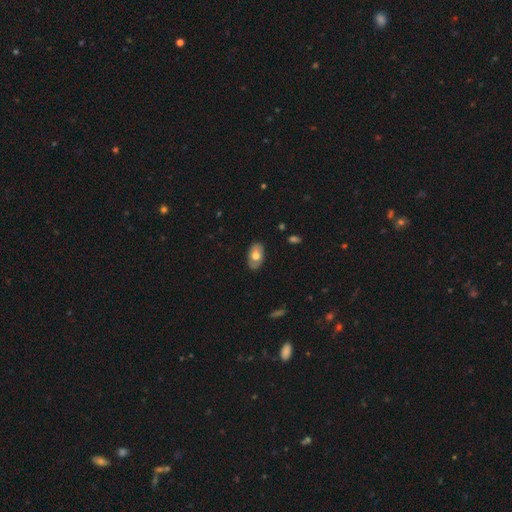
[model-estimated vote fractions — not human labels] smooth 61%, featured or disk 33%, star or artifact 6%. Down the decision tree: how rounded — in between (92%); merging — none (84%).